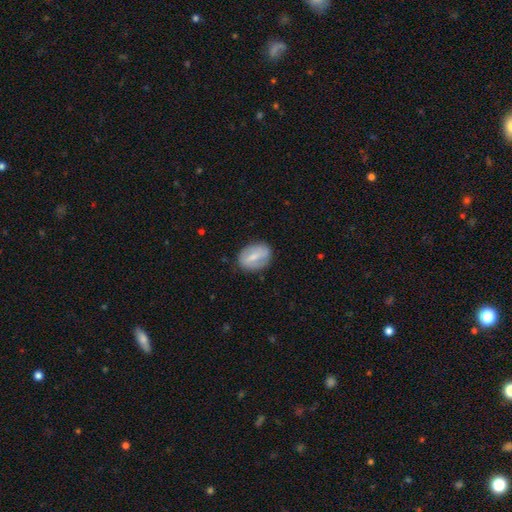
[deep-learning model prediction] Smooth or featured: smooth — 51% (featured or disk — 42%)
How rounded: in between — 78% (round — 20%)
Merging: none — 77% (minor disturbance — 17%)